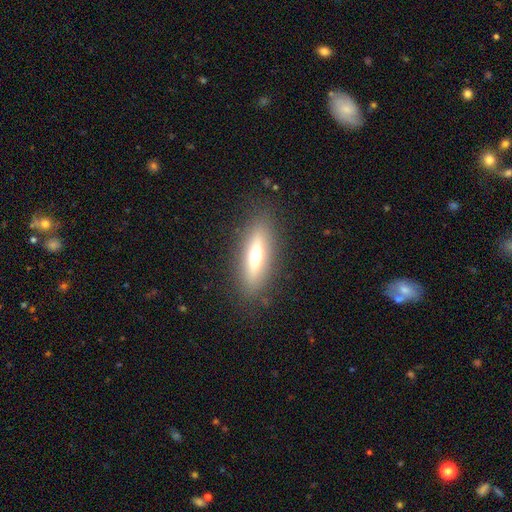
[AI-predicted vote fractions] Smooth or featured? Predicted: smooth (p=0.49). Merging? Predicted: none (p=0.85).